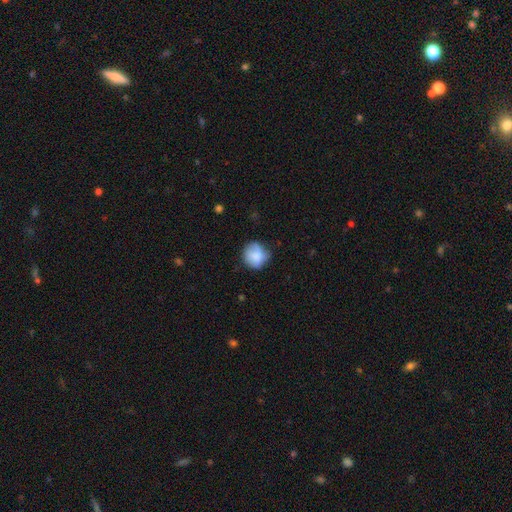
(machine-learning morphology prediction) This is likely a smooth galaxy (79%). How rounded: clearly round (83%). Merging: likely none (62%).